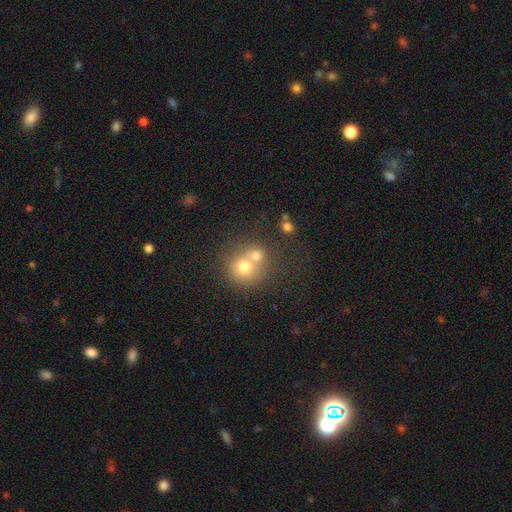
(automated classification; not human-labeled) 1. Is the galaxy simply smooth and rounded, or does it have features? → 69% smooth, 18% featured or disk, 13% star or artifact.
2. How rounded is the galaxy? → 82% round, 17% in between, 1% cigar-shaped.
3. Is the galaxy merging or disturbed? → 54% merger, 36% none, 7% minor disturbance, 3% major disturbance.